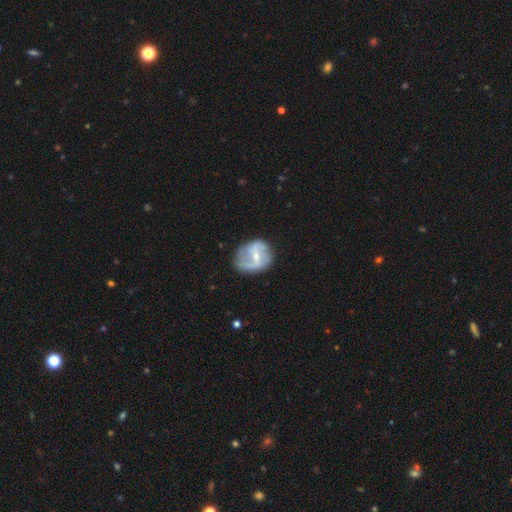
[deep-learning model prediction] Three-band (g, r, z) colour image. It shows a featured or disk galaxy (69%) with a weak bar (50%), 2 (70%) loose (51%) spiral arms (77%) and a small central bulge (54%). Merging: none (57%).